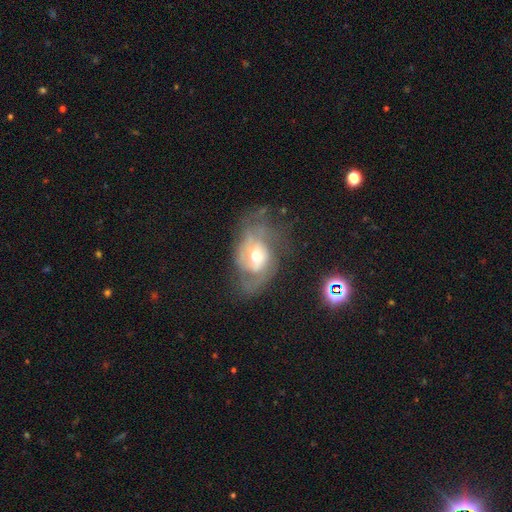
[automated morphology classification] Smooth or featured: featured or disk — 74% (smooth — 19%)
Edge-on disk: no — 96% (yes — 4%)
Bar: no — 62% (weak — 31%)
Spiral arms: yes — 81% (no — 19%)
Spiral winding: medium — 42% (tight — 35%)
Spiral arm count: 2 — 43% (can't tell — 32%)
Bulge size: moderate — 59% (small — 32%)
Merging: none — 41% (major disturbance — 32%)